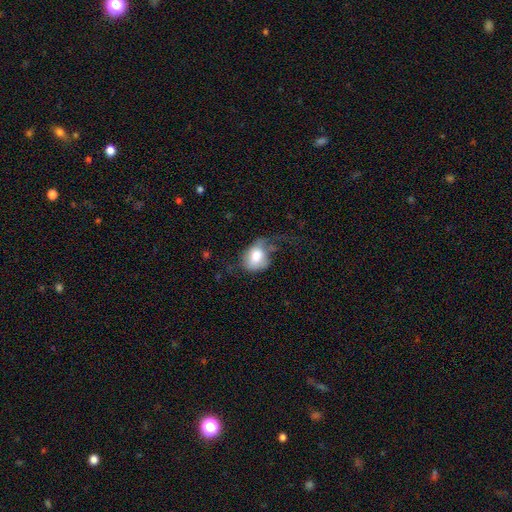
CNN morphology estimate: type=smooth (70%); roundness=in between (54%); merging=major disturbance (43%).